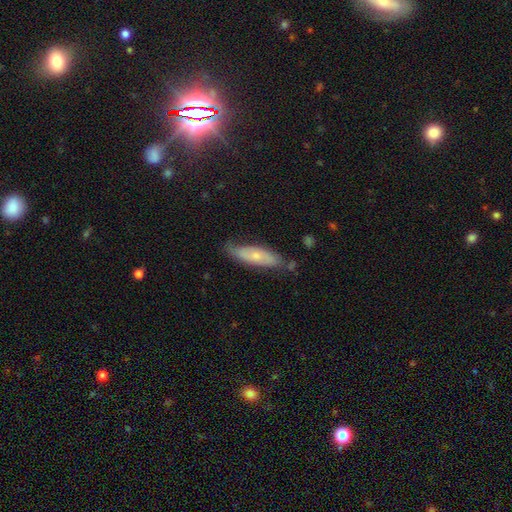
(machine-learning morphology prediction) smooth 48%, featured or disk 45%, star or artifact 7%. Down the decision tree: merging — none (64%).